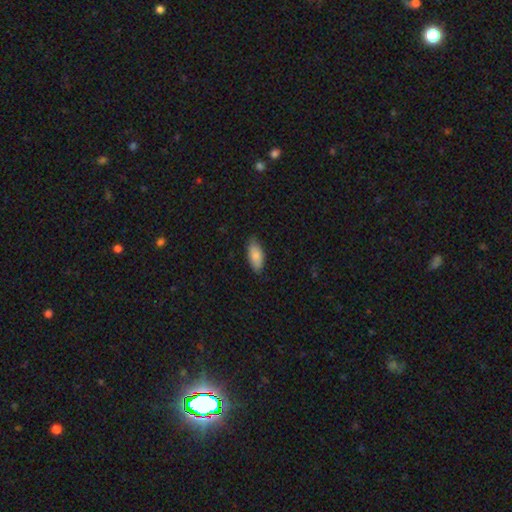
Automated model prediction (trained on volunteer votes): A smooth galaxy with no disk features (85%) that is in between round and cigar-shaped (89%).

Vote fractions:
- Smooth or featured? smooth: 85% / featured or disk: 9% / star or artifact: 6%
- How rounded? in between: 89% / cigar-shaped: 9% / round: 2%
- Merging? none: 80% / minor disturbance: 17% / major disturbance: 2% / merger: 1%